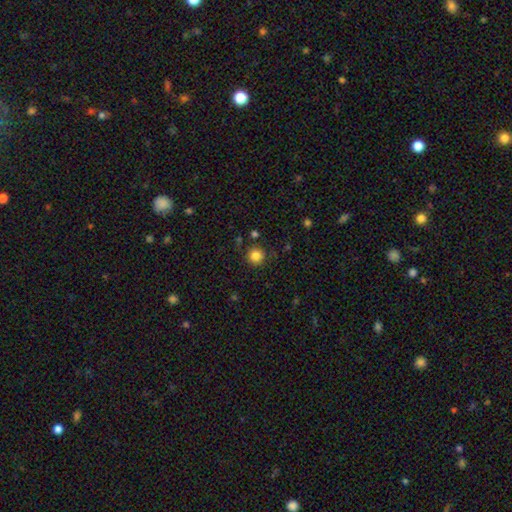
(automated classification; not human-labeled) smooth-or-featured: smooth: 84% | star or artifact: 11% | featured or disk: 5%
  how-rounded: round: 94% | in between: 5% | cigar-shaped: 1%
  merging: none: 87% | minor disturbance: 8% | merger: 3% | major disturbance: 3%